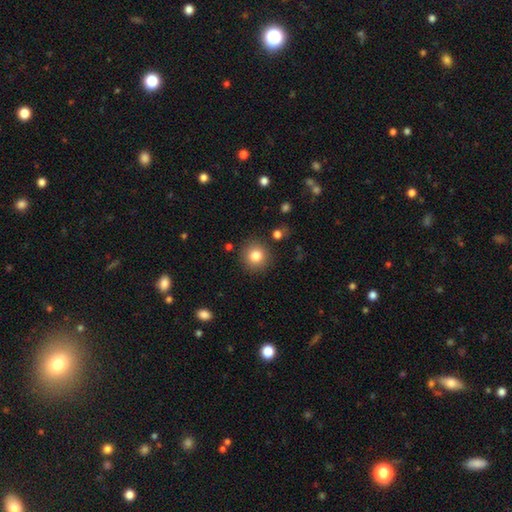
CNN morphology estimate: Smooth or featured? Predicted: smooth (p=0.82). How rounded? Predicted: round (p=0.93). Merging? Predicted: none (p=0.89).